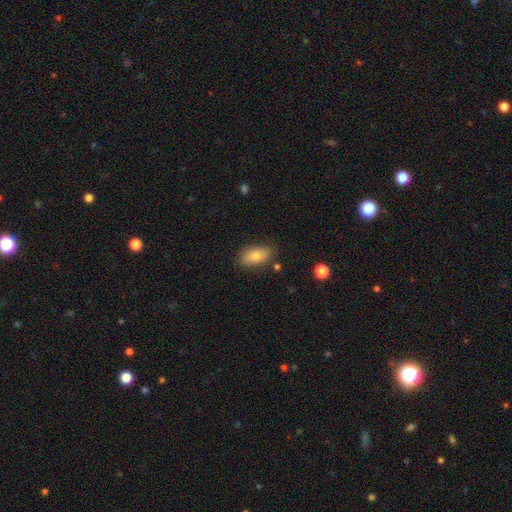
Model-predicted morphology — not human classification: Smooth or featured? Predicted: smooth (p=0.80). How rounded? Predicted: in between (p=0.90). Merging? Predicted: none (p=0.82).